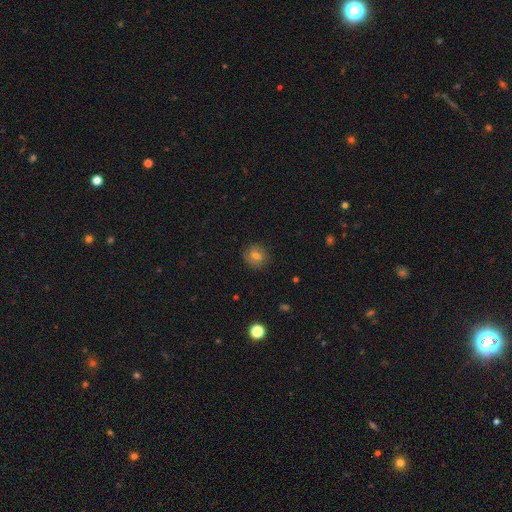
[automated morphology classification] Smooth or featured: smooth — 67% (featured or disk — 19%)
How rounded: round — 84% (in between — 15%)
Merging: none — 86% (minor disturbance — 10%)